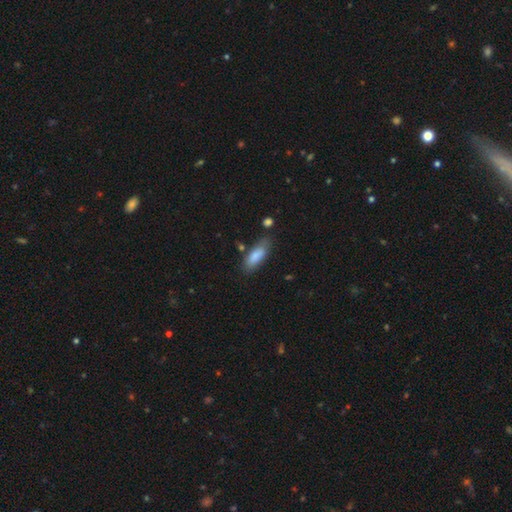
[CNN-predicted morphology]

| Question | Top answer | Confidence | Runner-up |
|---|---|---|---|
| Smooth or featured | smooth | 82% | featured or disk (12%) |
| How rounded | in between | 67% | cigar-shaped (31%) |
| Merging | none | 69% | minor disturbance (20%) |